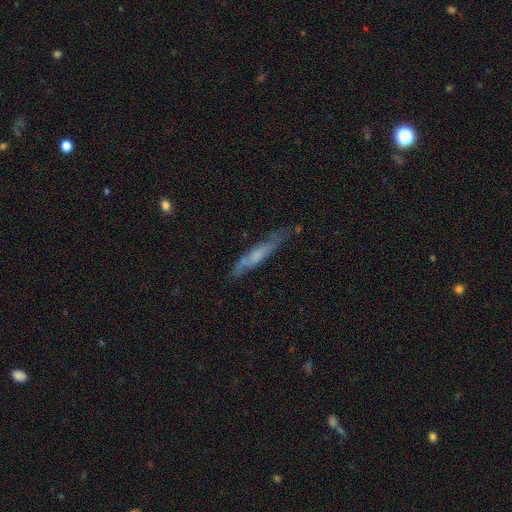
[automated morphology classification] Q: Smooth or featured?
A: smooth (49%); runner-up: featured or disk (44%)
Q: Merging?
A: none (67%); runner-up: minor disturbance (23%)